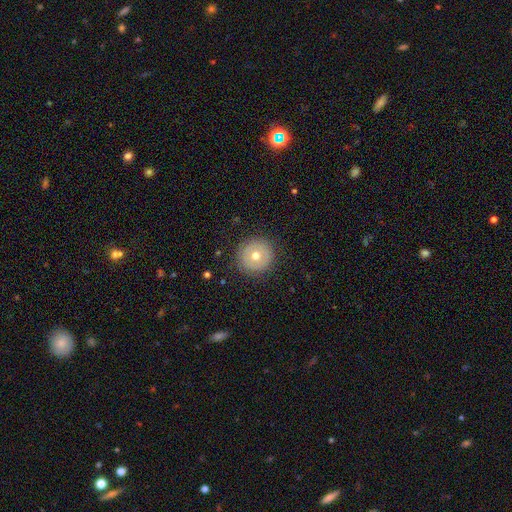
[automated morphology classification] smooth 60%, featured or disk 31%, star or artifact 9%. Down the decision tree: how rounded — round (95%); merging — none (88%).